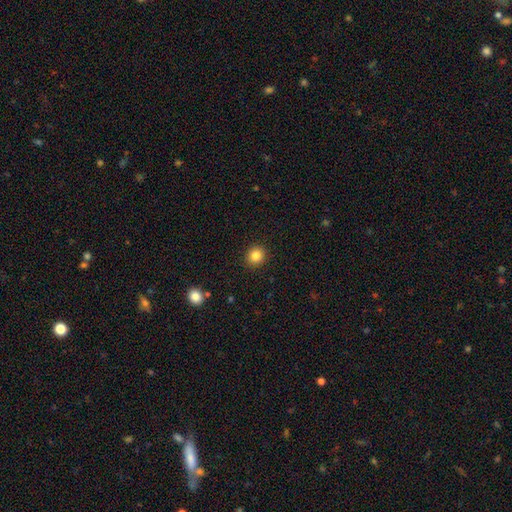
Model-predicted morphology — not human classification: smooth-or-featured: smooth: 85% | star or artifact: 10% | featured or disk: 5%
  how-rounded: round: 86% | in between: 13% | cigar-shaped: 1%
  merging: none: 91% | minor disturbance: 6% | major disturbance: 2% | merger: 1%